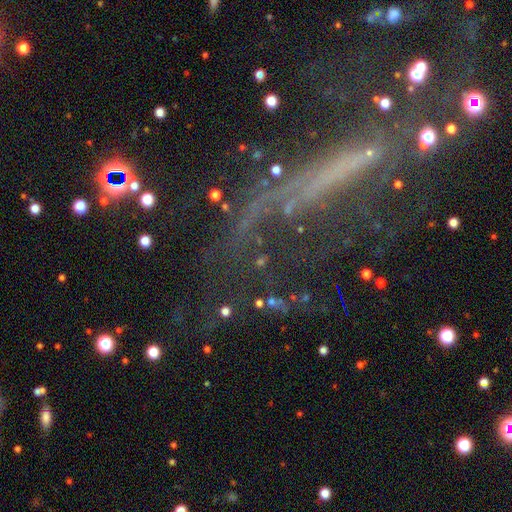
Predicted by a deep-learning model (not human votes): featured or disk 46%, star or artifact 34%, smooth 20%. Down the decision tree: merging — none (51%).